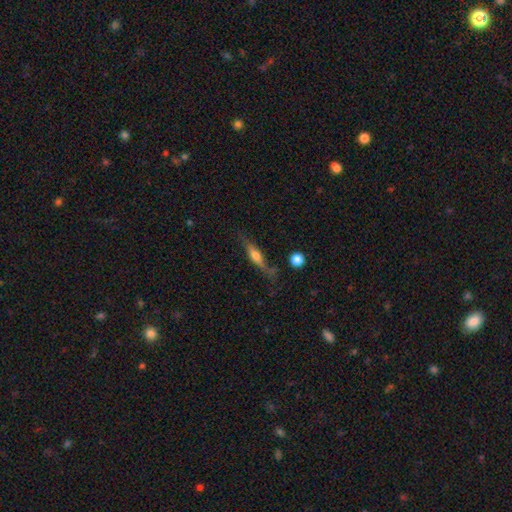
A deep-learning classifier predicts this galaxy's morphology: A featured or disk galaxy (51%) viewed edge-on (87%). Merging: none (64%).